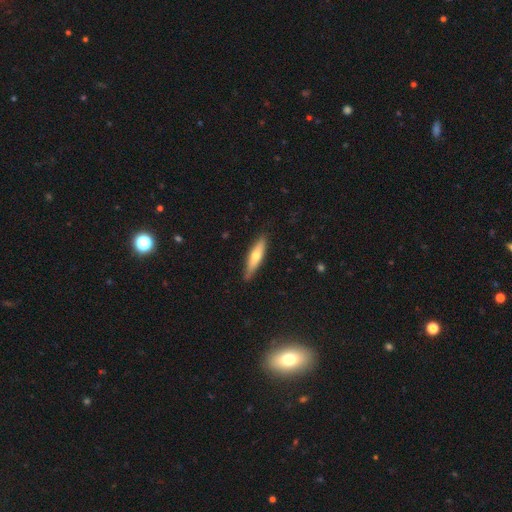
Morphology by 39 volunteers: Smooth or featured? smooth (62%)
How rounded? cigar-shaped (92%)
Merging? none (83%)